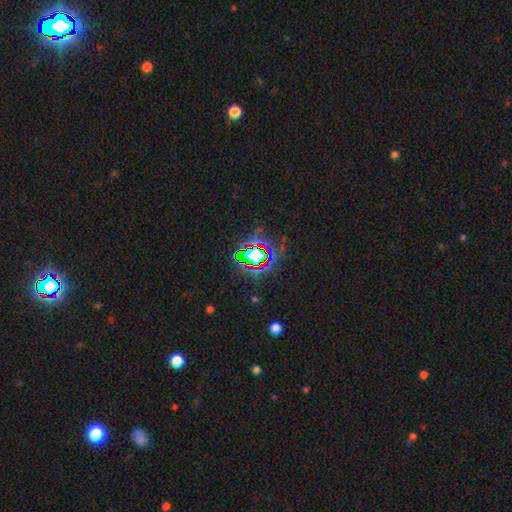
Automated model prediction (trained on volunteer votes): Q: Smooth or featured?
A: star or artifact (71%); runner-up: smooth (17%)